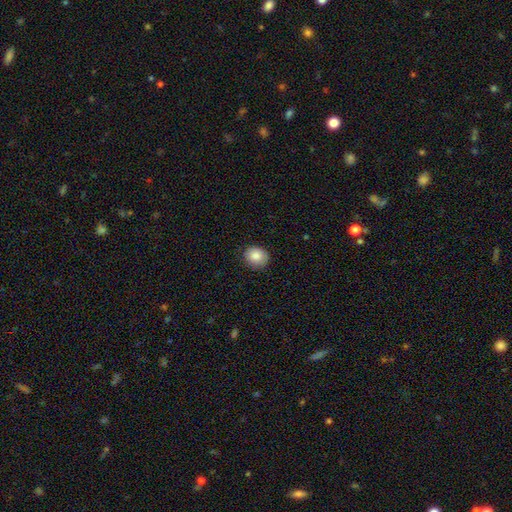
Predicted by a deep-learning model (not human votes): smooth 86%, star or artifact 8%, featured or disk 6%. Down the decision tree: how rounded — round (66%); merging — none (85%).